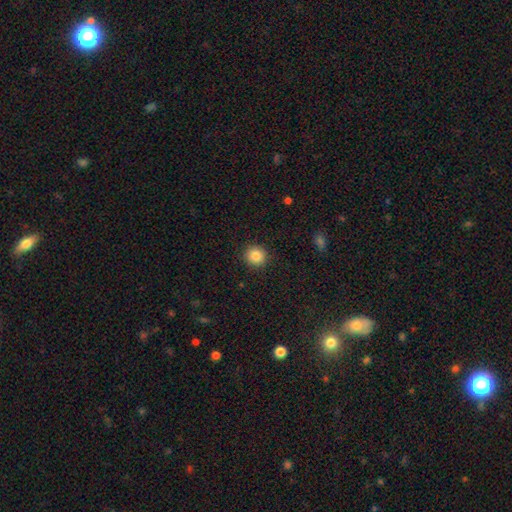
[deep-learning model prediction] Smooth or featured: smooth — 86% (star or artifact — 10%)
How rounded: round — 93% (in between — 7%)
Merging: none — 92% (minor disturbance — 5%)